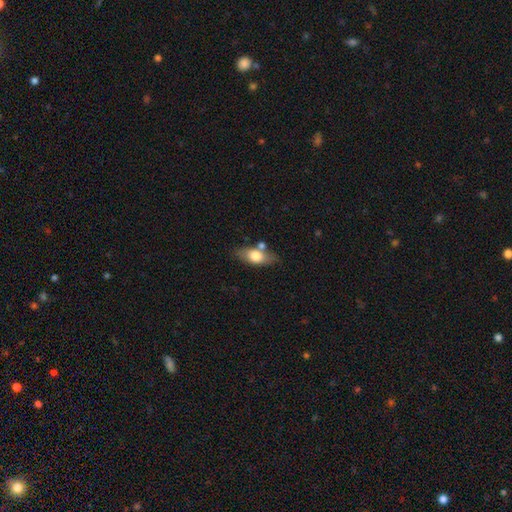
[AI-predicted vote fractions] Morphology: type=smooth (69%); roundness=in between (80%); merging=none (69%).